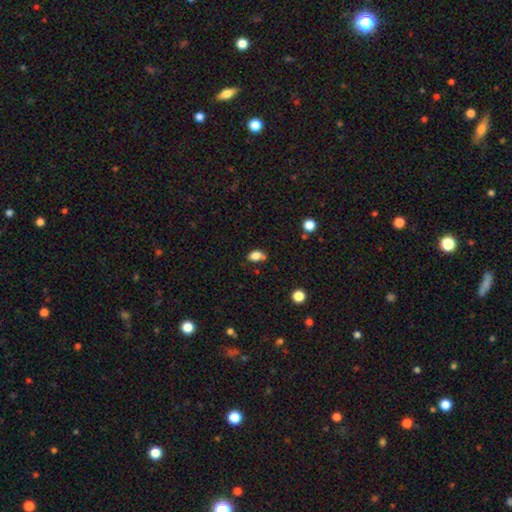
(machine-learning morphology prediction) Smooth or featured?
  - smooth: 81% *
  - star or artifact: 10%
  - featured or disk: 8%
How rounded?
  - in between: 81% *
  - round: 17%
  - cigar-shaped: 2%
Merging?
  - none: 60% *
  - minor disturbance: 25%
  - merger: 9%
  - major disturbance: 6%